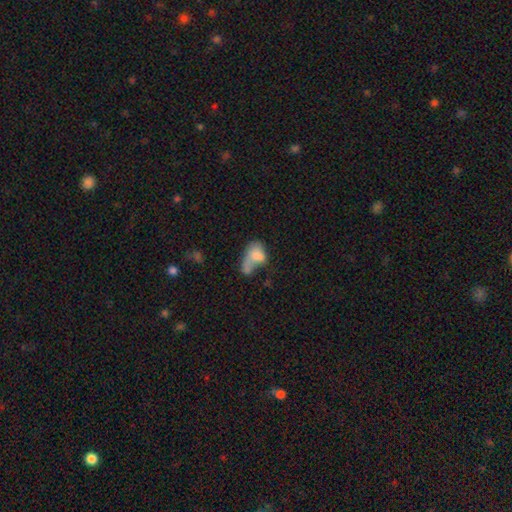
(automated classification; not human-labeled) Smooth or featured?
  - smooth: 69% *
  - featured or disk: 22%
  - star or artifact: 9%
How rounded?
  - in between: 84% *
  - round: 13%
  - cigar-shaped: 2%
Merging?
  - merger: 39% *
  - major disturbance: 29%
  - none: 17%
  - minor disturbance: 15%